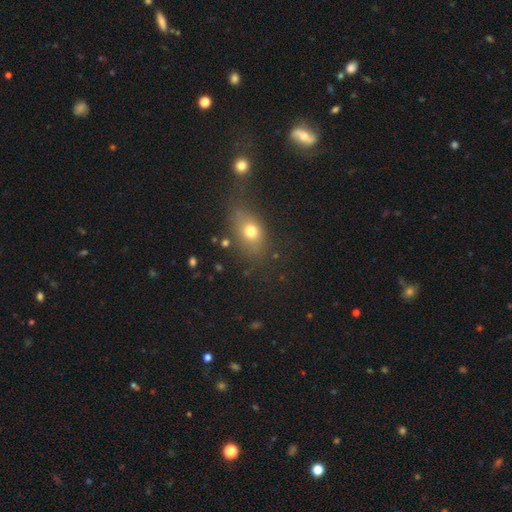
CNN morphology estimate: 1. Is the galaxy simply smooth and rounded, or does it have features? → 59% smooth, 28% star or artifact, 13% featured or disk.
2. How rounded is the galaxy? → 61% in between, 34% round, 5% cigar-shaped.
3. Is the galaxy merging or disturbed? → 59% none, 17% minor disturbance, 15% merger, 9% major disturbance.